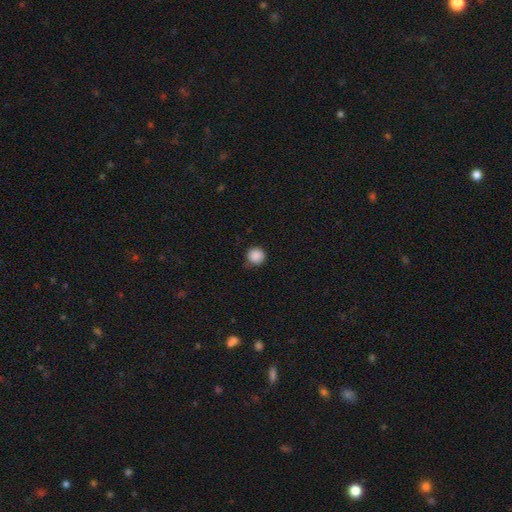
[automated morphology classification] Overall: smooth (88%). How rounded: round (94%). Merging: none (79%).